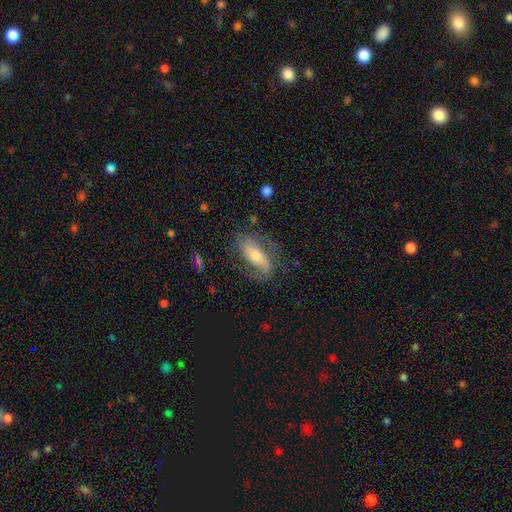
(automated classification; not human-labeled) A featured or disk galaxy (67%) with a strong bar (36%), 2 (80%) medium (42%) spiral arms (85%) and a moderate central bulge (58%). Merging: none (66%).